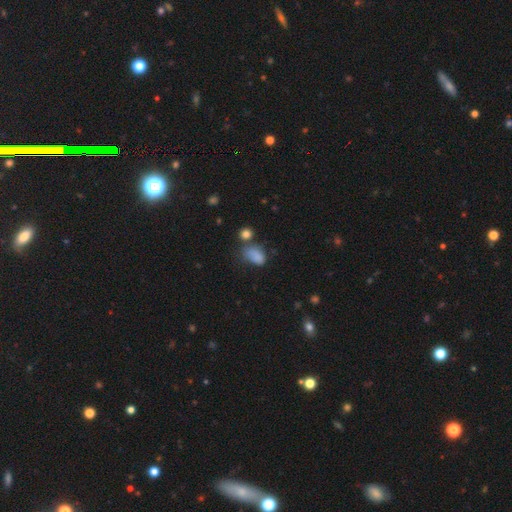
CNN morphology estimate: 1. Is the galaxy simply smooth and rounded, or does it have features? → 79% smooth, 12% star or artifact, 10% featured or disk.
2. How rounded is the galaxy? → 84% in between, 14% round, 2% cigar-shaped.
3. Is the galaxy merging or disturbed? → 35% none, 29% minor disturbance, 20% major disturbance, 16% merger.